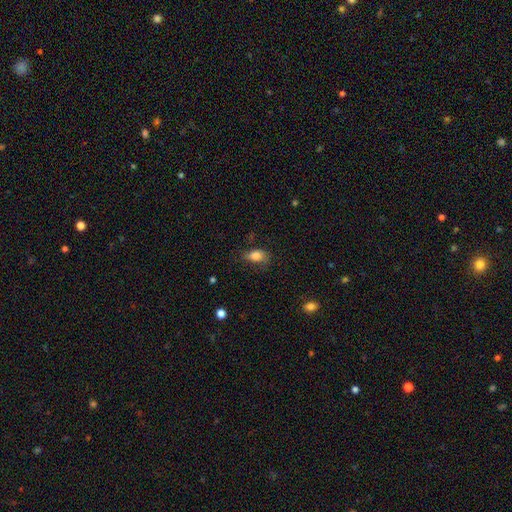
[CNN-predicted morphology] This is clearly a smooth galaxy (82%). How rounded: clearly in between (84%). Merging: possibly none (57%).